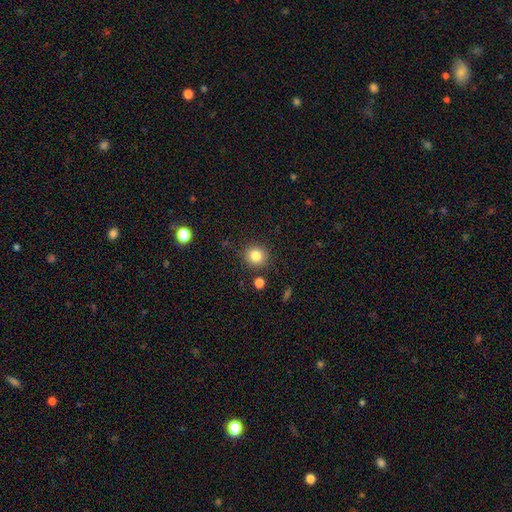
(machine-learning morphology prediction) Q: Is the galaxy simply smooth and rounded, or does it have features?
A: smooth — 83%.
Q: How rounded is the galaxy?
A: round — 91%.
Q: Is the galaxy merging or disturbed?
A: none — 87%.